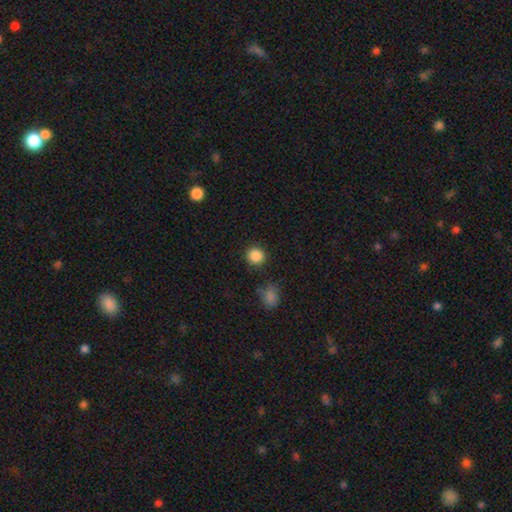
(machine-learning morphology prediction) Smooth or featured? Predicted: smooth (p=0.87). How rounded? Predicted: round (p=0.93). Merging? Predicted: none (p=0.88).